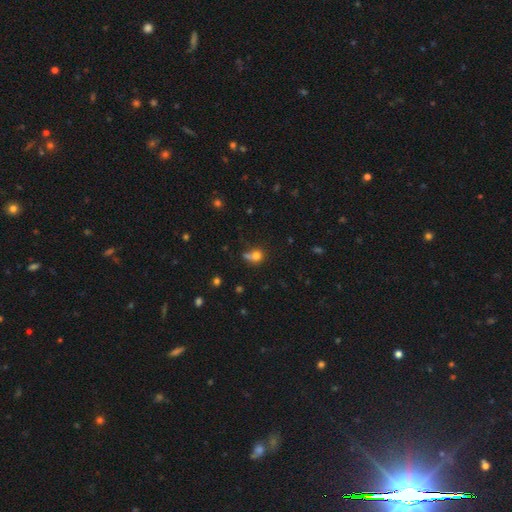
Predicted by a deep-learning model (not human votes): Morphology: type=smooth (76%); roundness=round (75%); merging=none (45%).